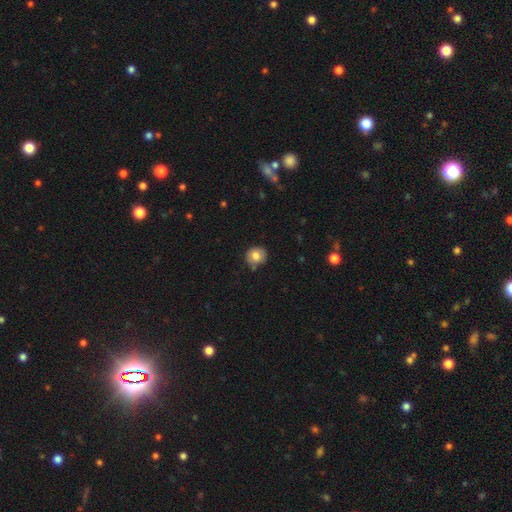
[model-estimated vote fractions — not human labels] smooth 80%, featured or disk 11%, star or artifact 9%. Down the decision tree: how rounded — round (86%); merging — none (82%).